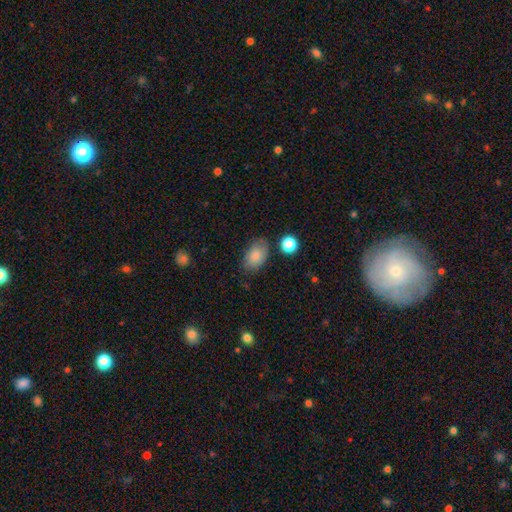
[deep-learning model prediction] Overall: smooth (82%). How rounded: in between (89%). Merging: none (74%).